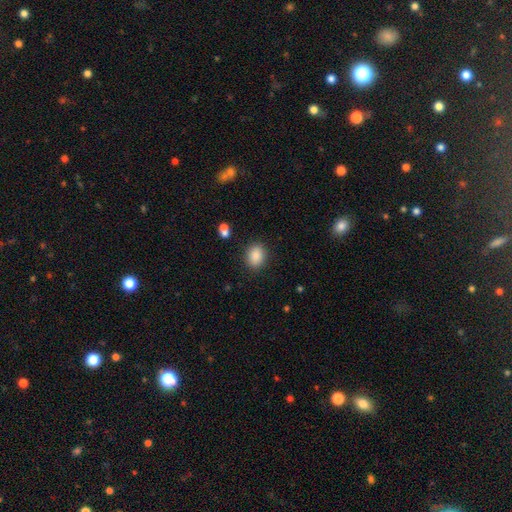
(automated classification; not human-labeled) This is clearly a smooth galaxy (87%). How rounded: possibly in between (57%). Merging: clearly none (86%).